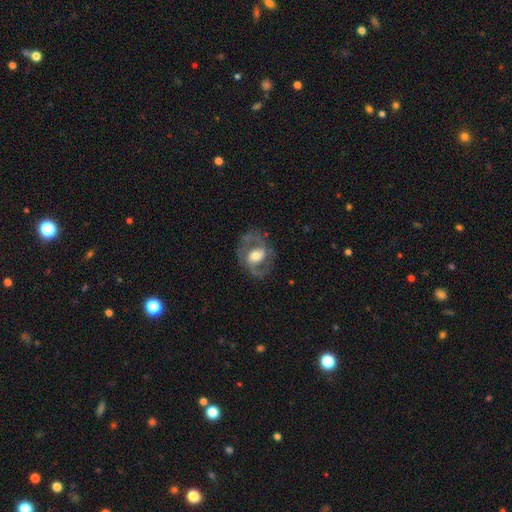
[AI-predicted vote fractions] A featured or disk galaxy (74%) with no bar (43%), 2 (84%) medium (54%) spiral arms (77%) and a moderate central bulge (59%).

Vote fractions:
- Smooth or featured? featured or disk: 74% / smooth: 20% / star or artifact: 6%
- Edge-on disk? no: 96% / yes: 4%
- Bar? no: 43% / weak: 38% / strong: 19%
- Spiral arms? yes: 77% / no: 23%
- Spiral winding? medium: 54% / loose: 25% / tight: 21%
- Spiral arm count? 2: 84% / can't tell: 8% / 1: 4% / 3: 2% / 4: 1% / more than 4: 1%
- Bulge size? moderate: 59% / large: 24% / small: 13% / dominant: 2% / none: 1%
- Merging? none: 70% / minor disturbance: 15% / major disturbance: 13% / merger: 1%